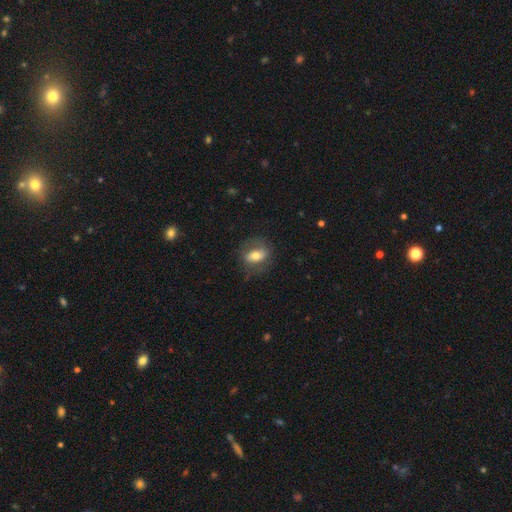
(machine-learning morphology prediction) Smooth or featured?
  - smooth: 61% *
  - featured or disk: 31%
  - star or artifact: 8%
How rounded?
  - in between: 73% *
  - round: 24%
  - cigar-shaped: 3%
Merging?
  - none: 70% *
  - minor disturbance: 18%
  - major disturbance: 10%
  - merger: 1%